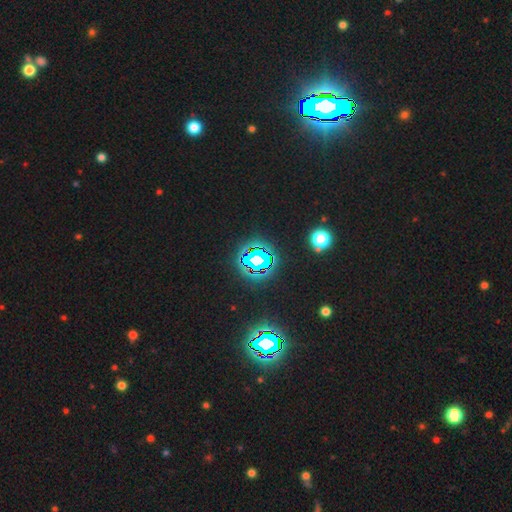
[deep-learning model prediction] star or artifact 73%, smooth 14%, featured or disk 12%.